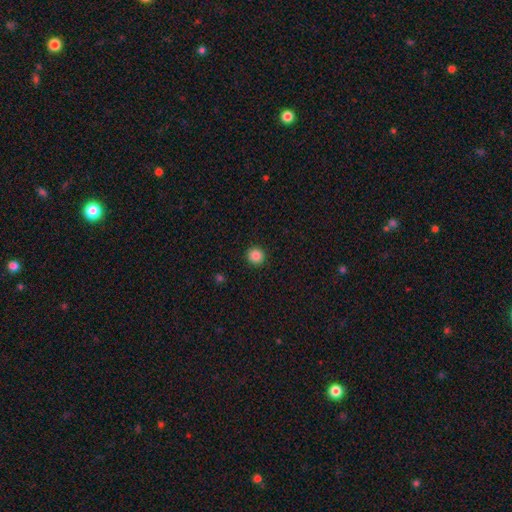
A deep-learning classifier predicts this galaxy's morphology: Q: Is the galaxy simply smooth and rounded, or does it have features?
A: smooth — 86%.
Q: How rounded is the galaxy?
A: round — 95%.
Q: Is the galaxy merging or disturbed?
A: none — 93%.